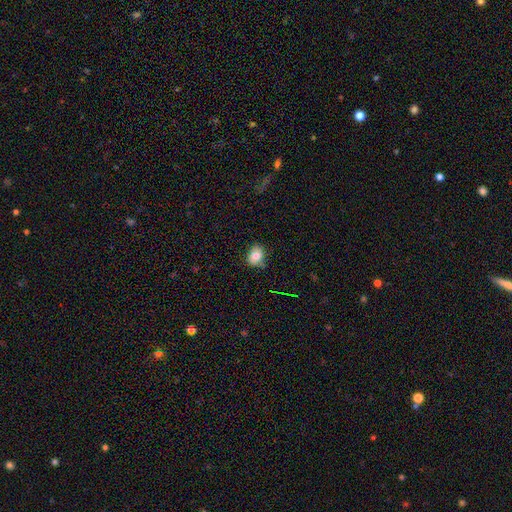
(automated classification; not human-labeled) This appears to be a smooth galaxy with no disk features (77%) that is in between round and cigar-shaped (56%). Merging: none (72%).